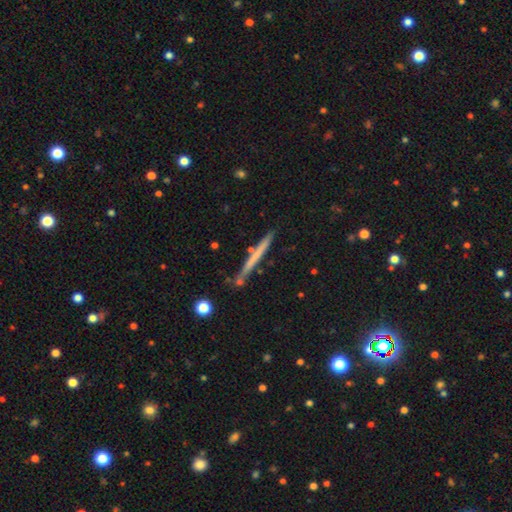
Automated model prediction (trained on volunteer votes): smooth_or_featured: smooth (p=0.49) [alt: featured or disk p=0.45]
merging: none (p=0.83) [alt: minor disturbance p=0.10]